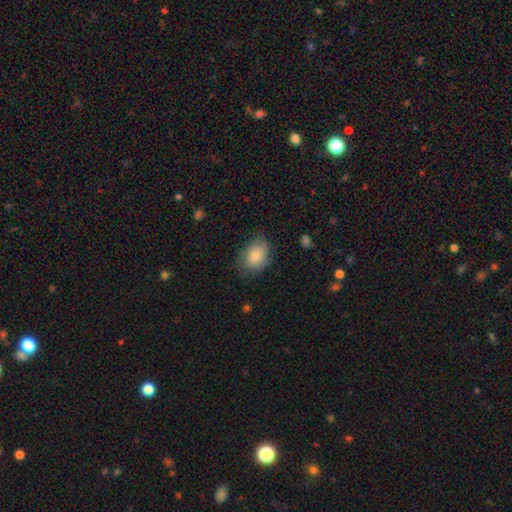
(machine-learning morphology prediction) The model was most divided on "how rounded": in between: 71%, round: 28%, cigar-shaped: 1%. More confident: smooth or featured — smooth (80%); merging — none (67%).